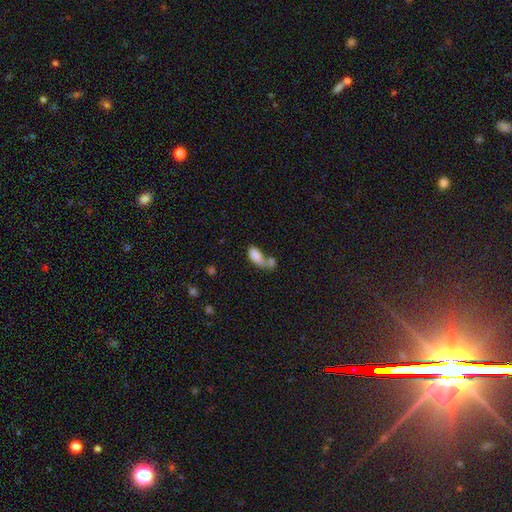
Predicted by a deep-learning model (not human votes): Smooth or featured? smooth (79%)
How rounded? in between (86%)
Merging? merger (55%)